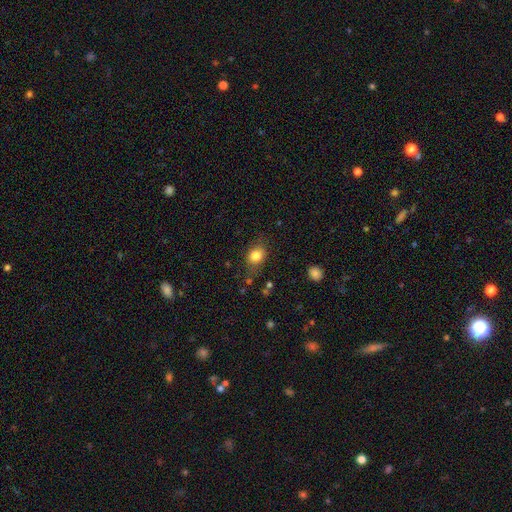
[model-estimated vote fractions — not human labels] Morphology: type=smooth (81%); roundness=in between (53%); merging=none (72%).